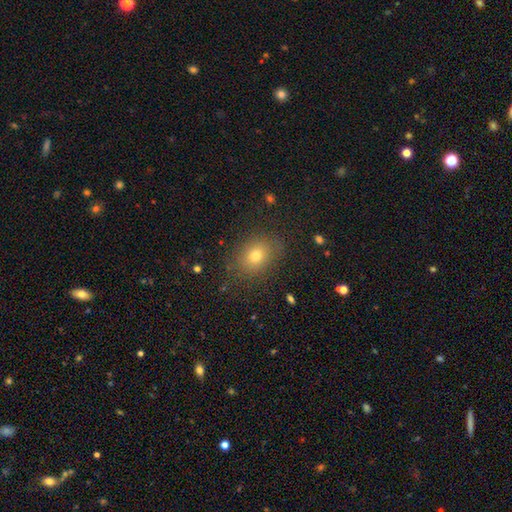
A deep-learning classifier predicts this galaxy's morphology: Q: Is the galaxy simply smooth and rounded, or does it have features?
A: smooth — 73%.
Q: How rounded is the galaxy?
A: in between — 55%.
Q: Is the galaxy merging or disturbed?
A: none — 82%.